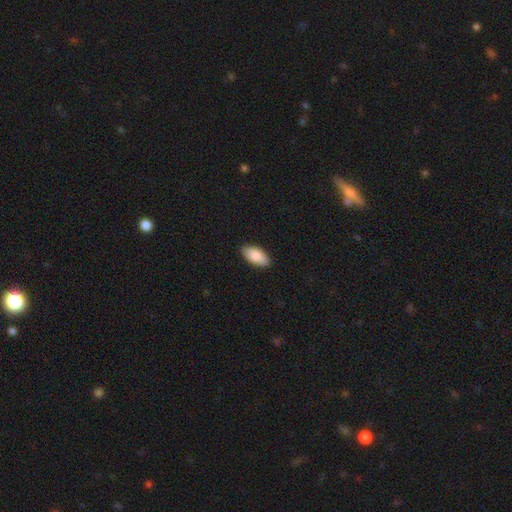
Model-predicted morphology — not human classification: Overall: smooth (88%). How rounded: in between (93%). Merging: none (88%).